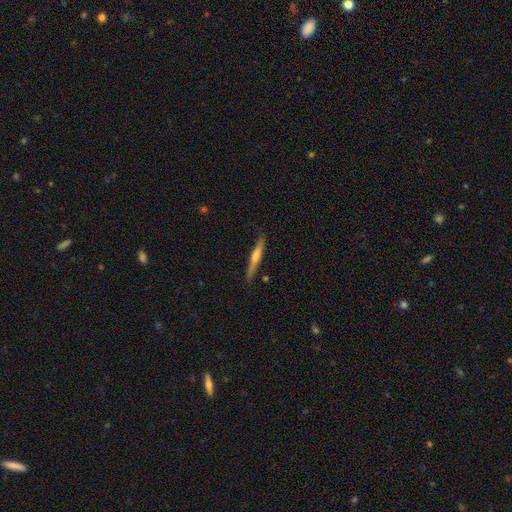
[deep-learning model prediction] smooth-or-featured: featured or disk: 52% | smooth: 42% | star or artifact: 6%
  disk-edge-on: yes: 97% | no: 3%
    edge-on-bulge: rounded: 66% | none: 22% | boxy: 12%
  merging: none: 85% | minor disturbance: 12% | major disturbance: 2% | merger: 2%